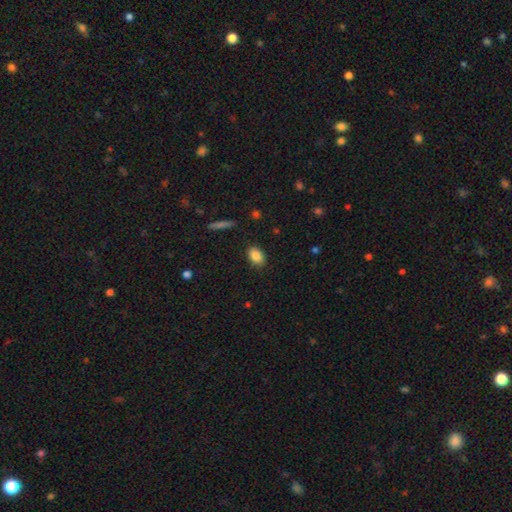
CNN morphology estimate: Smooth or featured?
  - smooth: 86% *
  - star or artifact: 8%
  - featured or disk: 6%
How rounded?
  - in between: 85% *
  - round: 13%
  - cigar-shaped: 2%
Merging?
  - none: 85% *
  - minor disturbance: 11%
  - major disturbance: 3%
  - merger: 1%